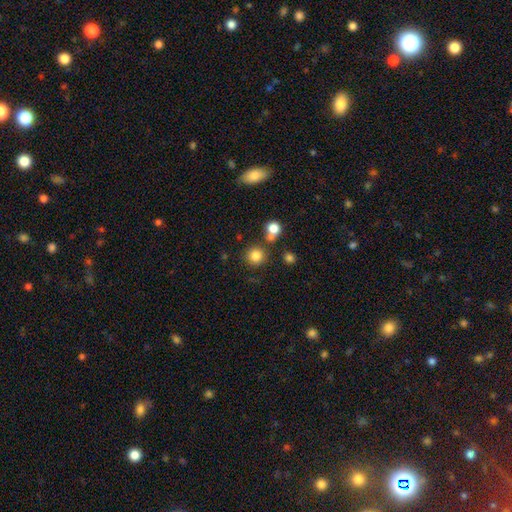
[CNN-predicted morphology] Smooth or featured? Predicted: smooth (p=0.82). How rounded? Predicted: round (p=0.92). Merging? Predicted: none (p=0.77).